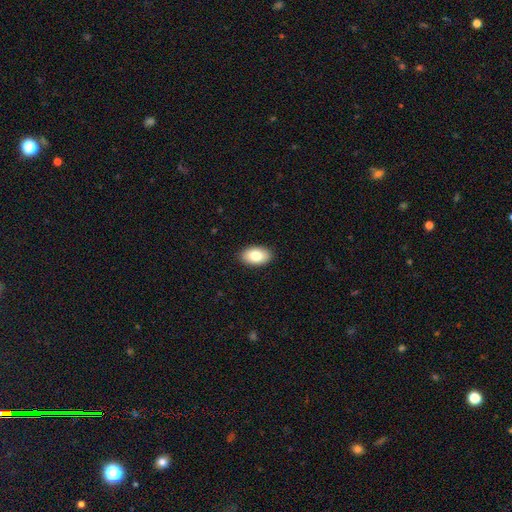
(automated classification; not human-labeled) Smooth or featured: smooth — 82% (featured or disk — 11%)
How rounded: in between — 93% (round — 5%)
Merging: none — 90% (minor disturbance — 7%)